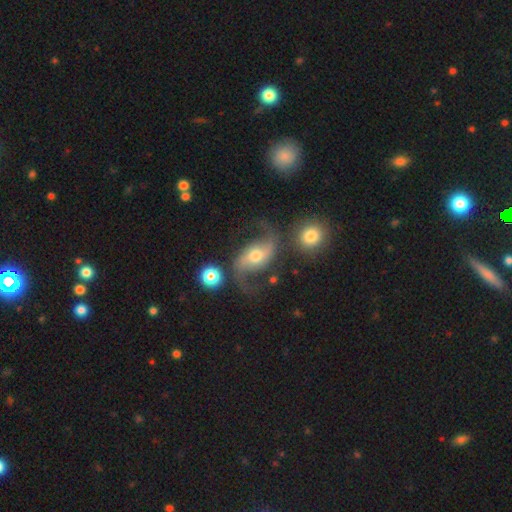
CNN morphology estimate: smooth_or_featured: featured or disk (p=0.85) [alt: smooth p=0.09]
disk_edge_on: no (p=0.97) [alt: yes p=0.03]
bar: no (p=0.39) [alt: weak p=0.35]
has_spiral_arms: yes (p=0.95) [alt: no p=0.05]
spiral_winding: loose (p=0.80) [alt: medium p=0.16]
spiral_arm_count: 2 (p=0.94) [alt: 1 p=0.02]
bulge_size: moderate (p=0.69) [alt: small p=0.17]
merging: none (p=0.65) [alt: minor disturbance p=0.16]